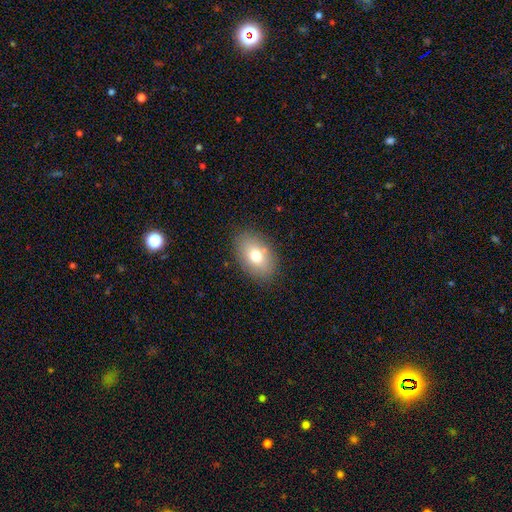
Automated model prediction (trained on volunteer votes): Morphology: type=smooth (74%); roundness=in between (86%); merging=none (84%).